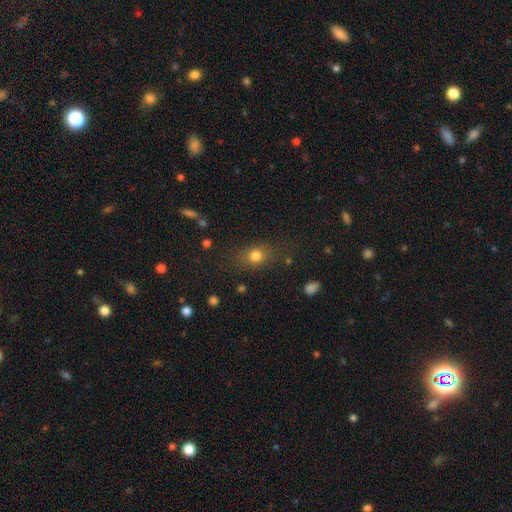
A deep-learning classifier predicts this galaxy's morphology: type=smooth (78%); roundness=round (52%); merging=none (75%).